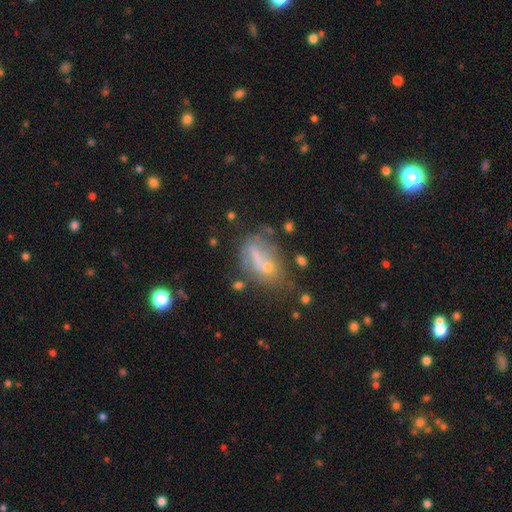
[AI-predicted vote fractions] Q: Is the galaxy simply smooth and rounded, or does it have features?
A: smooth — 47%.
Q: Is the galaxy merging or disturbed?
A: none — 32%.